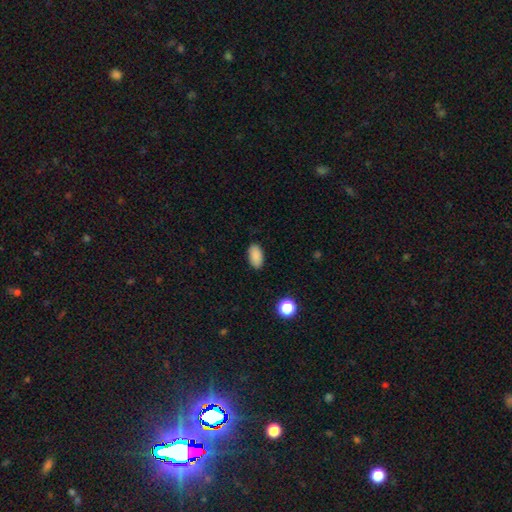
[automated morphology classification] This appears to be a smooth galaxy with no disk features (88%) that is in between round and cigar-shaped (94%). Merging: none (87%).